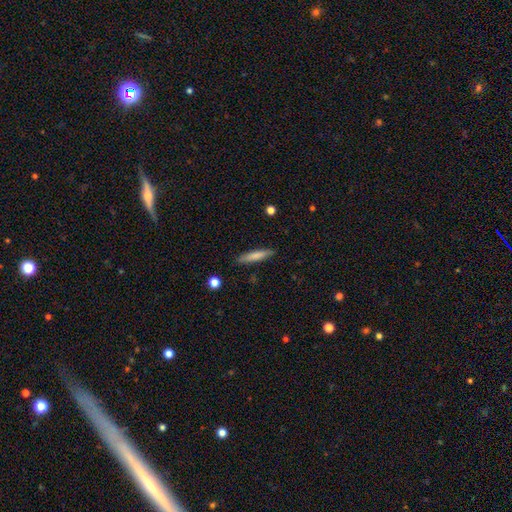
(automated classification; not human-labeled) This appears to be a smooth galaxy with no disk features (76%) that is cigar-shaped (90%). Merging: none (89%).